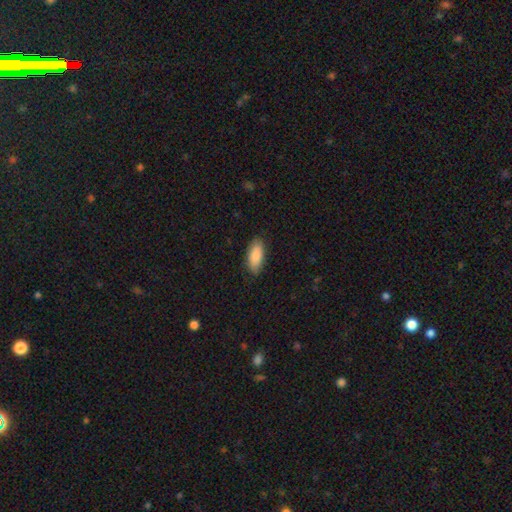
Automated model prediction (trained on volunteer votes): A smooth galaxy with no disk features (86%) that is in between round and cigar-shaped (86%). Merging: none (85%).